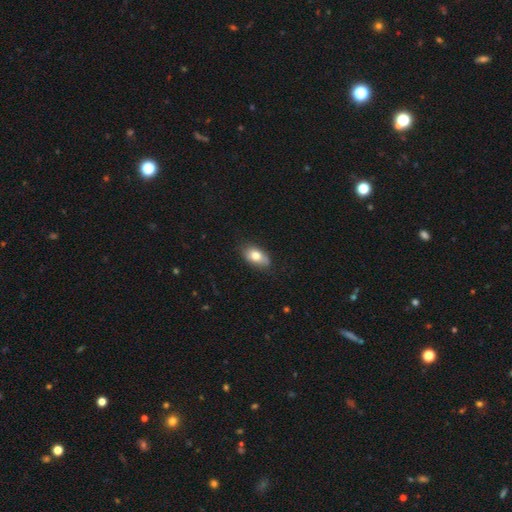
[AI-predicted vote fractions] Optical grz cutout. It shows a smooth galaxy with no disk features (78%) that is in between round and cigar-shaped (90%). Merging: none (77%).